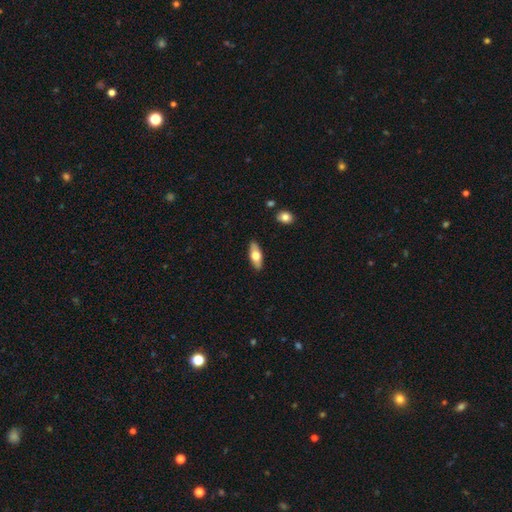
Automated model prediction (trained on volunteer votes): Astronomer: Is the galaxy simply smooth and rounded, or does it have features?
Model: smooth — 60%.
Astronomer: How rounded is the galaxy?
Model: in between — 72%.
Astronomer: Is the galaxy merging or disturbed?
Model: none — 88%.